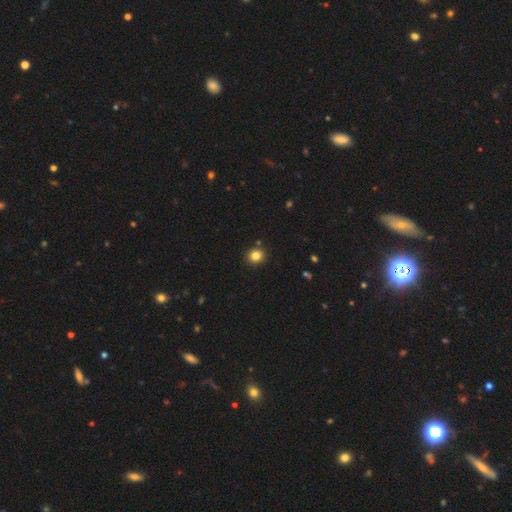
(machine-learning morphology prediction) smooth 83%, star or artifact 12%, featured or disk 5%. Down the decision tree: how rounded — round (79%); merging — none (88%).